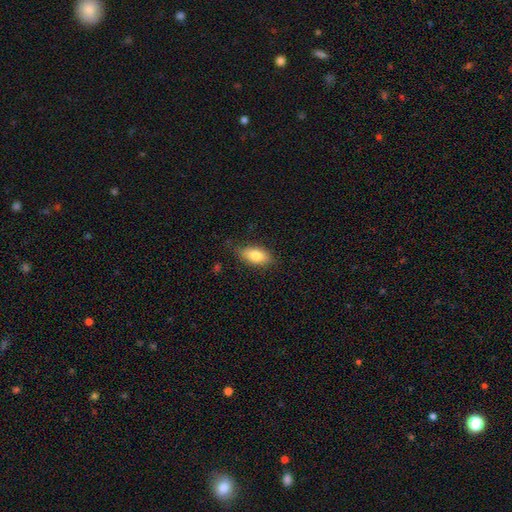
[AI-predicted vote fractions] smooth-or-featured: smooth: 78% | featured or disk: 15% | star or artifact: 7%
  how-rounded: in between: 87% | cigar-shaped: 8% | round: 5%
  merging: none: 79% | minor disturbance: 16% | major disturbance: 3% | merger: 1%